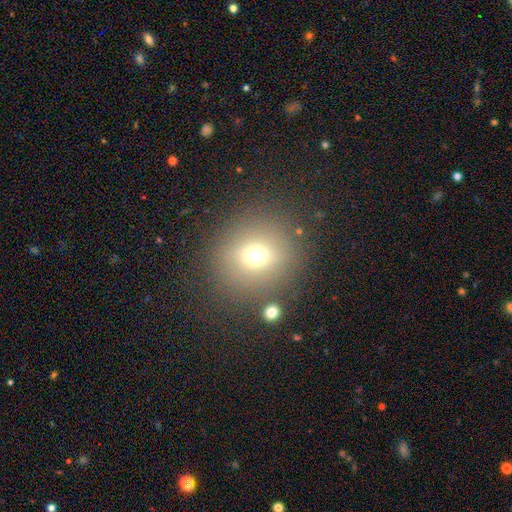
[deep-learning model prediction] Smooth or featured? smooth (68%)
How rounded? round (90%)
Merging? none (82%)